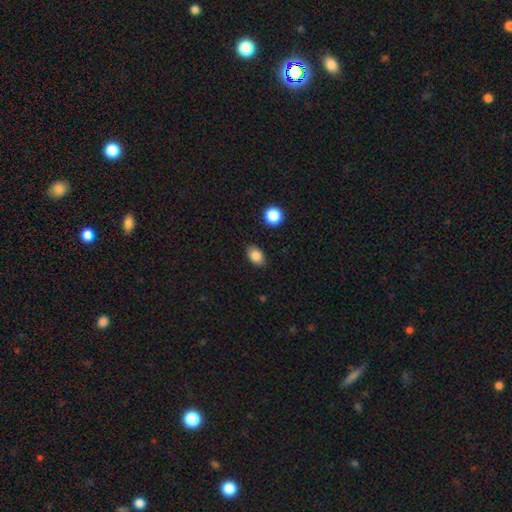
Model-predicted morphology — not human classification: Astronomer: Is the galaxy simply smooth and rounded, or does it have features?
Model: smooth — 85%.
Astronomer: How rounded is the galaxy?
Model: in between — 84%.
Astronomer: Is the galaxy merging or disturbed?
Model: none — 87%.